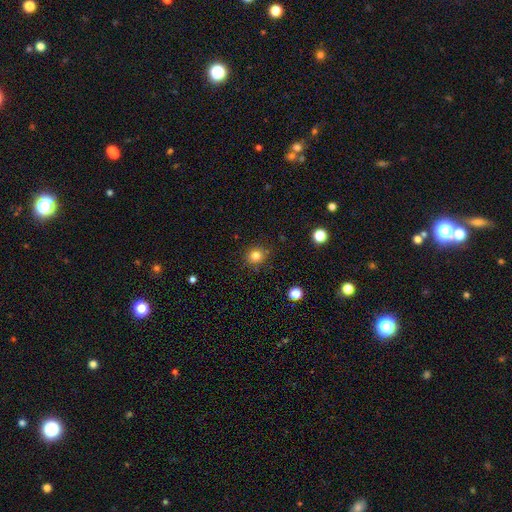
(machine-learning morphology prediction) Smooth or featured?
  - smooth: 81% *
  - star or artifact: 13%
  - featured or disk: 5%
How rounded?
  - round: 89% *
  - in between: 10%
  - cigar-shaped: 1%
Merging?
  - none: 86% *
  - minor disturbance: 9%
  - major disturbance: 3%
  - merger: 2%